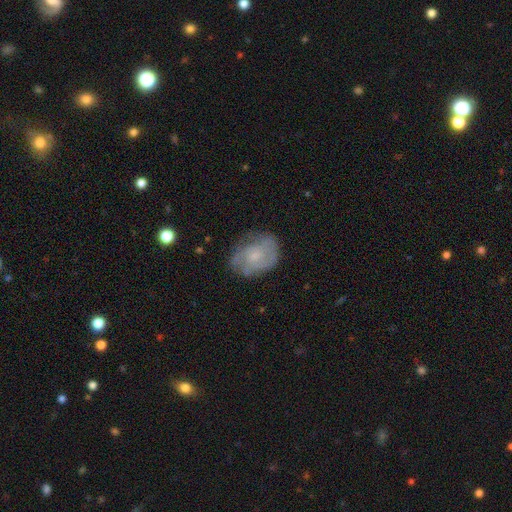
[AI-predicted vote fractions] A featured or disk galaxy (60%) with no bar (74%), spiral arms (80%) and a small central bulge (61%). Merging: none (67%).